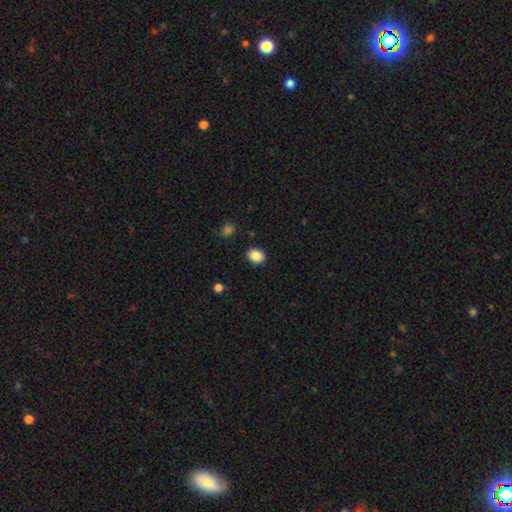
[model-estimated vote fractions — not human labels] Smooth or featured: smooth — 87% (star or artifact — 9%)
How rounded: round — 56% (in between — 44%)
Merging: none — 89% (minor disturbance — 7%)